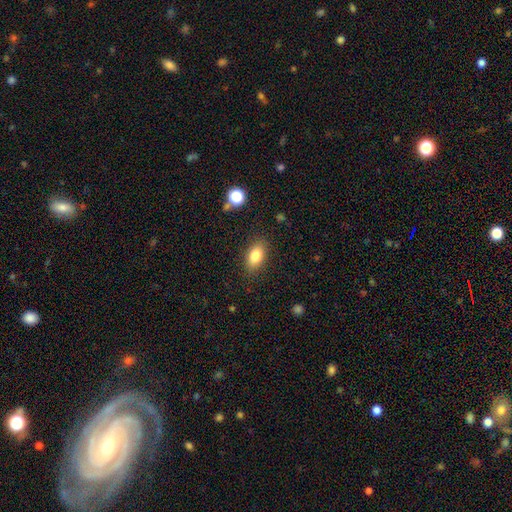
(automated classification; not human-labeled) Smooth or featured? smooth (83%)
How rounded? in between (87%)
Merging? none (86%)